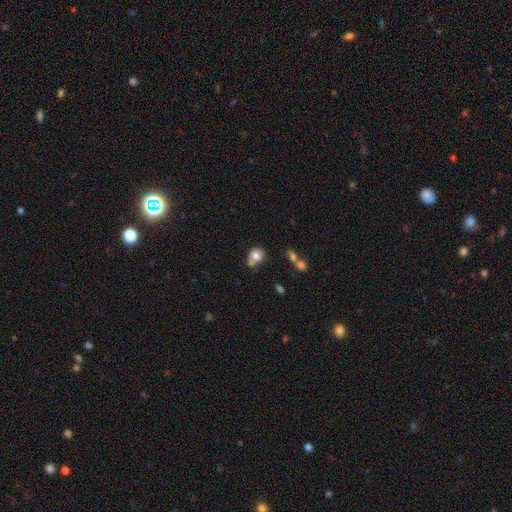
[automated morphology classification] The model was most divided on "how rounded": round: 53%, in between: 46%, cigar-shaped: 1%. Remaining: smooth or featured — smooth (75%); merging — none (42%).